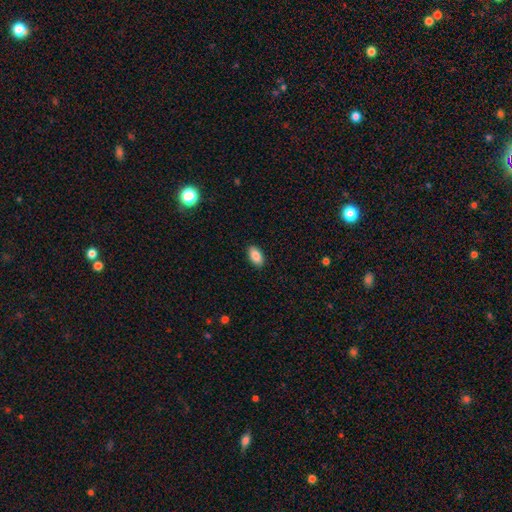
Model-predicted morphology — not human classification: smooth 88%, star or artifact 7%, featured or disk 5%. Down the decision tree: how rounded — in between (94%); merging — none (90%).